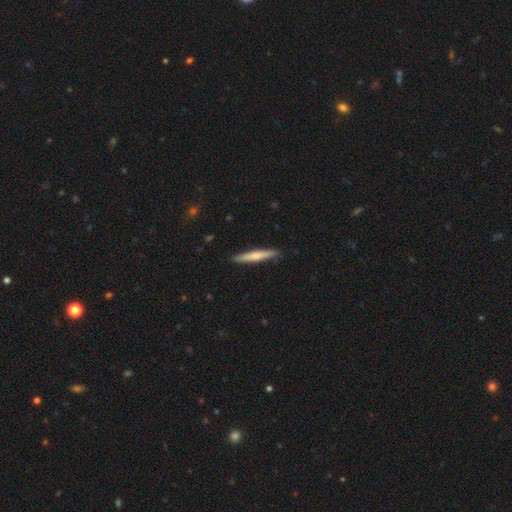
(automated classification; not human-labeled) This is possibly a smooth galaxy (60%). How rounded: clearly cigar-shaped (94%). Merging: clearly none (90%).